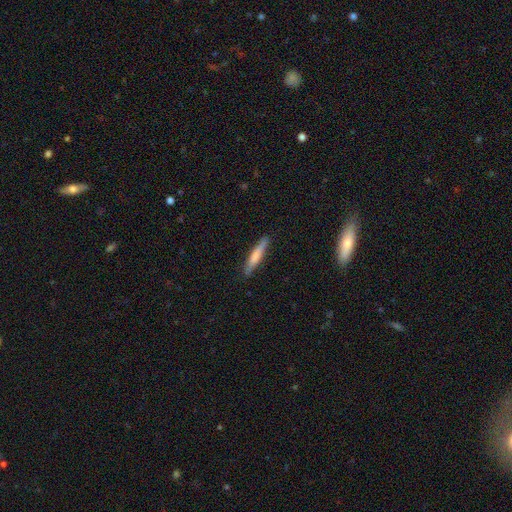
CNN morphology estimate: Q: Smooth or featured?
A: smooth (63%); runner-up: featured or disk (32%)
Q: How rounded?
A: cigar-shaped (92%); runner-up: in between (7%)
Q: Merging?
A: none (88%); runner-up: minor disturbance (9%)